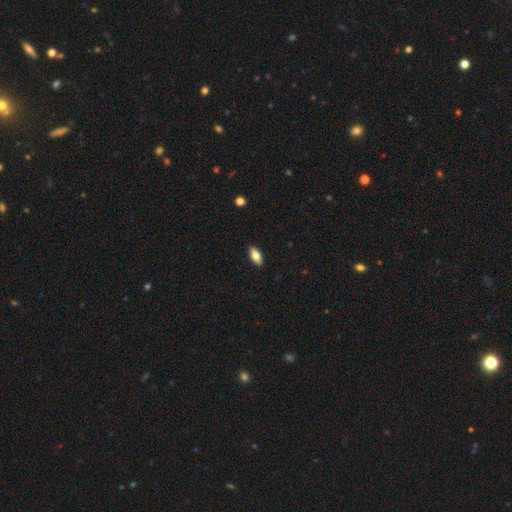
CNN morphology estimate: This appears to be a smooth galaxy with no disk features (77%) that is in between round and cigar-shaped (88%). Merging: none (89%).